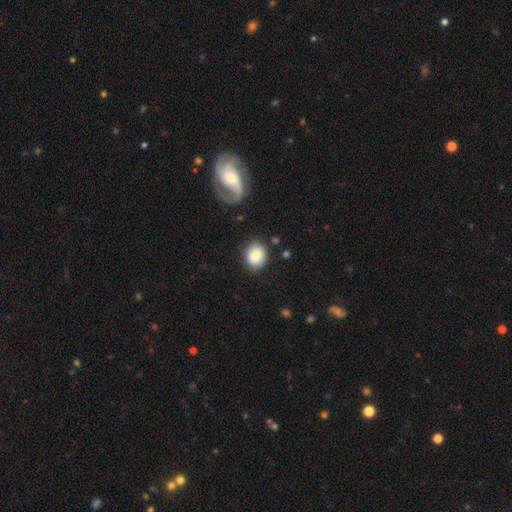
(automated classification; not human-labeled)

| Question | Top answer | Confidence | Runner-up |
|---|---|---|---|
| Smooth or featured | smooth | 84% | featured or disk (9%) |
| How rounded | round | 58% | in between (41%) |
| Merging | none | 78% | minor disturbance (15%) |